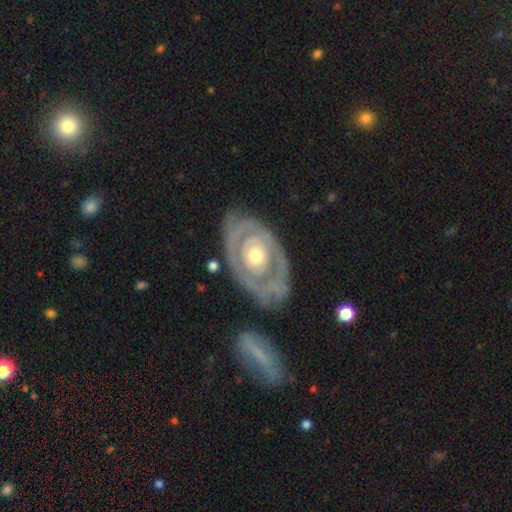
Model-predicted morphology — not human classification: The model was most divided on "spiral arms": no: 55%, yes: 45%. More confident: edge-on disk — no (94%); bar — no (88%); smooth or featured — featured or disk (76%); merging — none (70%); bulge size — moderate (69%).